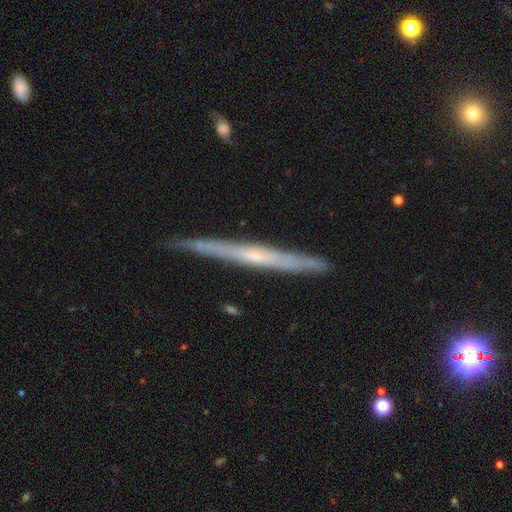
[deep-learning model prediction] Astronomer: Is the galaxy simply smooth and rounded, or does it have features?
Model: featured or disk — 71%.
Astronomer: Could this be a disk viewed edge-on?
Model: yes — 96%.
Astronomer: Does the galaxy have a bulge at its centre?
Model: none — 64%.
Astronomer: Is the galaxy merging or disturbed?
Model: none — 86%.